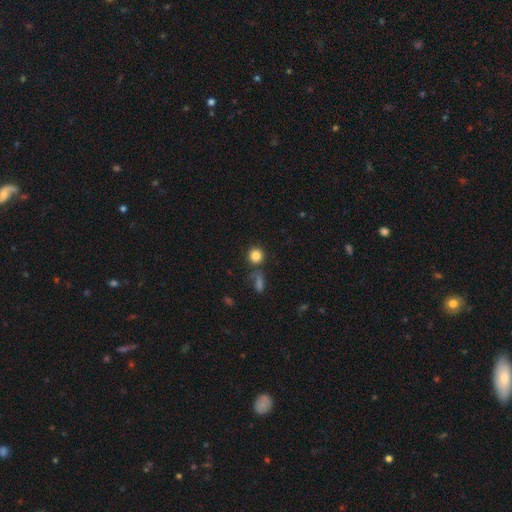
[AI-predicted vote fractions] Q: Smooth or featured?
A: smooth (84%); runner-up: star or artifact (11%)
Q: How rounded?
A: round (89%); runner-up: in between (9%)
Q: Merging?
A: none (74%); runner-up: merger (12%)